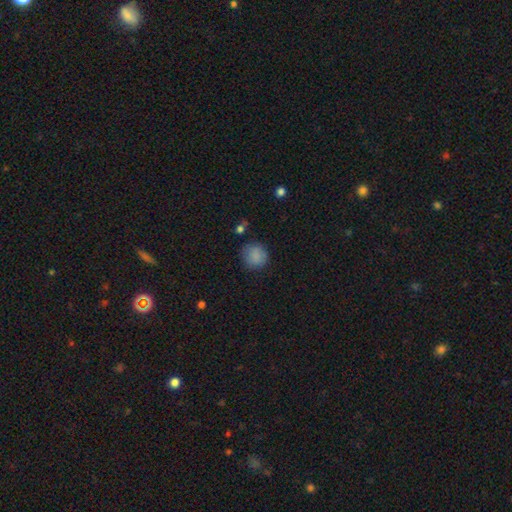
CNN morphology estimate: smooth 85%, star or artifact 9%, featured or disk 5%. Down the decision tree: how rounded — round (90%); merging — none (81%).